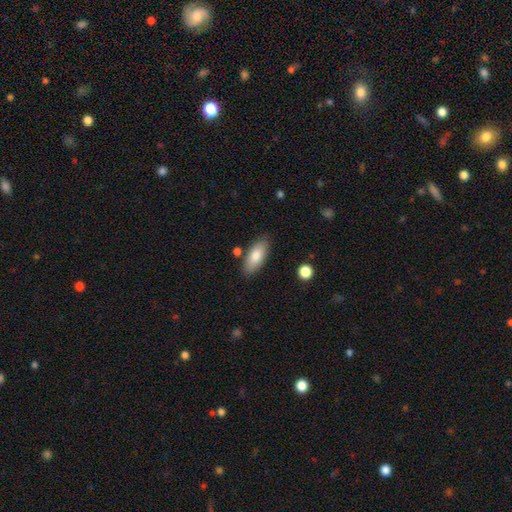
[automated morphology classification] Q: Smooth or featured?
A: smooth (80%); runner-up: featured or disk (14%)
Q: How rounded?
A: in between (84%); runner-up: cigar-shaped (14%)
Q: Merging?
A: none (82%); runner-up: minor disturbance (12%)